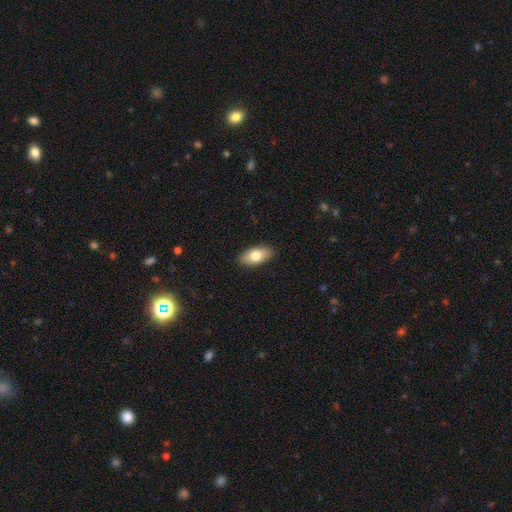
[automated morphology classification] Overall: smooth (78%). How rounded: in between (90%). Merging: none (89%).